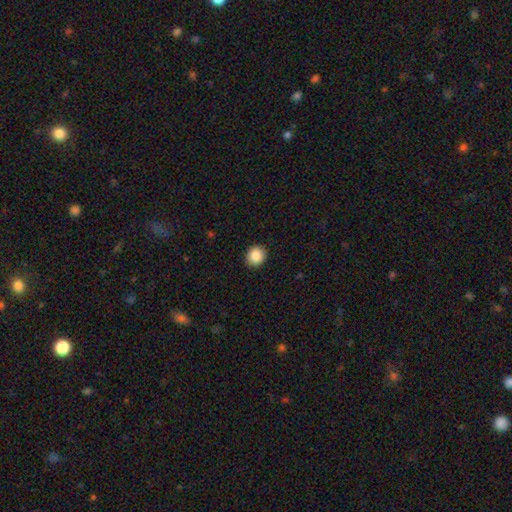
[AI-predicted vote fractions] Smooth or featured?
  - smooth: 87% *
  - star or artifact: 9%
  - featured or disk: 4%
How rounded?
  - round: 83% *
  - in between: 16%
  - cigar-shaped: 1%
Merging?
  - none: 92% *
  - minor disturbance: 6%
  - major disturbance: 2%
  - merger: 1%